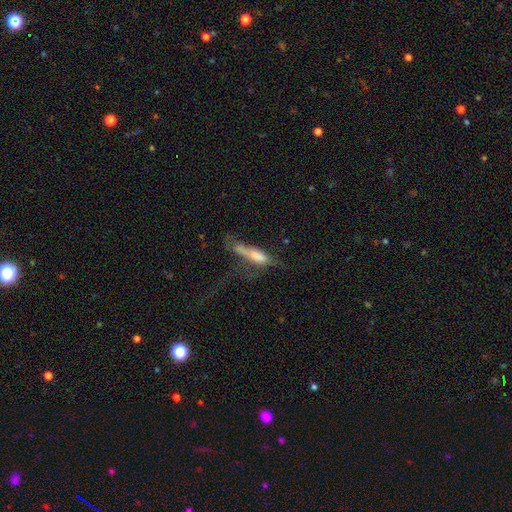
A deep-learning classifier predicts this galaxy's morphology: smooth_or_featured: smooth (p=0.57) [alt: featured or disk p=0.33]
how_rounded: cigar-shaped (p=0.69) [alt: in between p=0.29]
merging: major disturbance (p=0.42) [alt: none p=0.25]